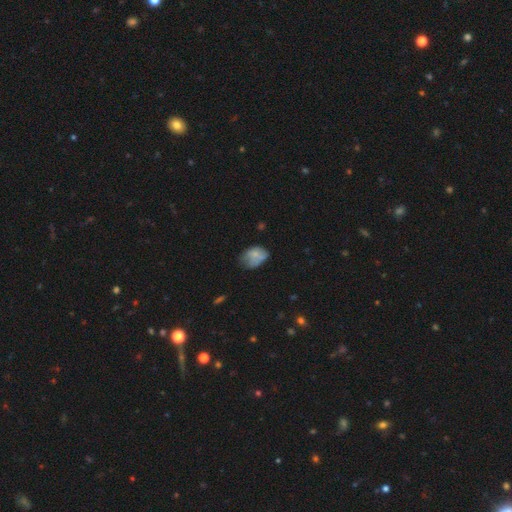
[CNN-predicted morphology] smooth-or-featured: smooth: 65% | featured or disk: 25% | star or artifact: 10%
  how-rounded: in between: 72% | round: 27% | cigar-shaped: 1%
  merging: minor disturbance: 38% | none: 36% | major disturbance: 21% | merger: 4%